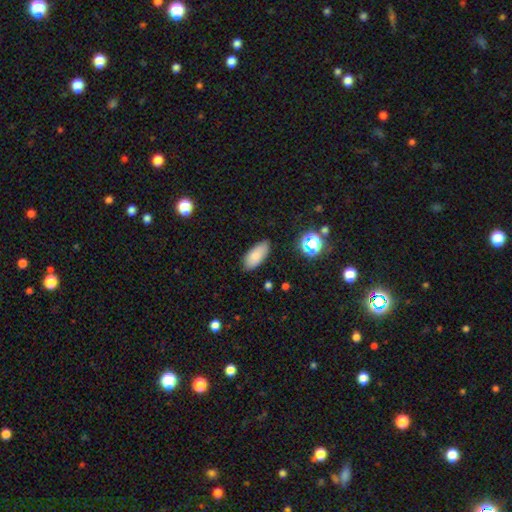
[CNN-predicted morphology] A smooth galaxy with no disk features (82%) that is in between round and cigar-shaped (89%). Merging: none (84%).